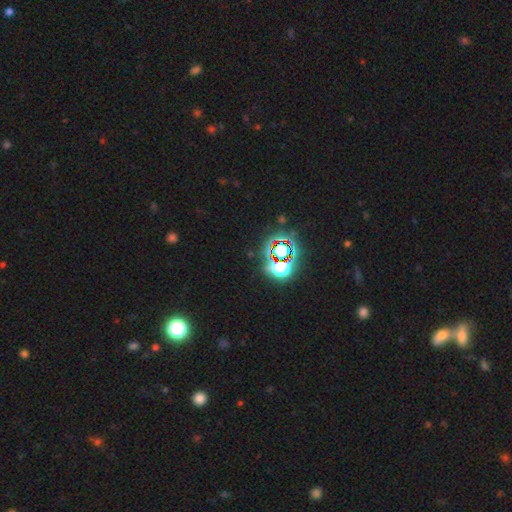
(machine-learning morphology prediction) Smooth or featured?
  - star or artifact: 80% *
  - smooth: 13%
  - featured or disk: 7%